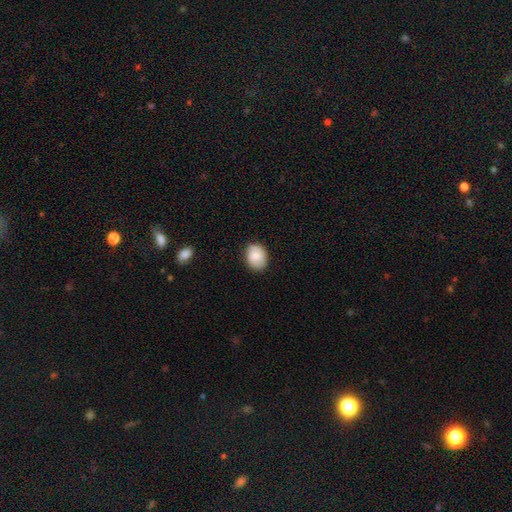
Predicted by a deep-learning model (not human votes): The model was most divided on "how rounded": in between: 56%, round: 43%, cigar-shaped: 1%. More confident: merging — none (82%); smooth or featured — smooth (81%).